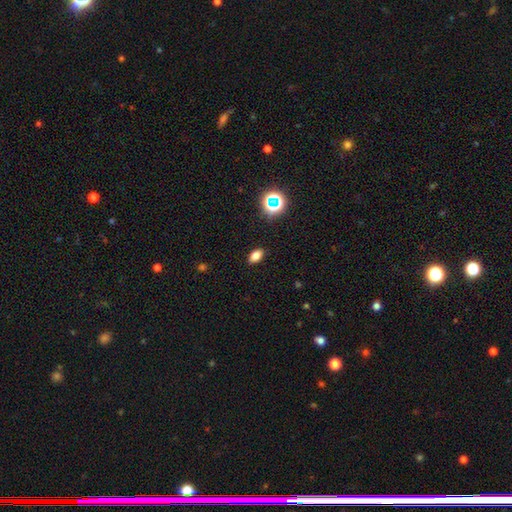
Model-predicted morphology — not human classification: smooth-or-featured: smooth: 77% | star or artifact: 16% | featured or disk: 8%
  how-rounded: in between: 88% | round: 8% | cigar-shaped: 4%
  merging: none: 89% | minor disturbance: 8% | major disturbance: 2% | merger: 1%